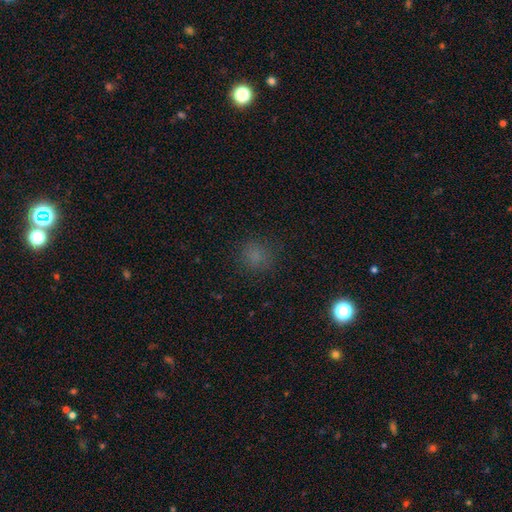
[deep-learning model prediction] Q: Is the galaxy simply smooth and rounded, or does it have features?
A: smooth — 75%.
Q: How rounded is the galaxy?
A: round — 88%.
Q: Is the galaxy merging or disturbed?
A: none — 84%.